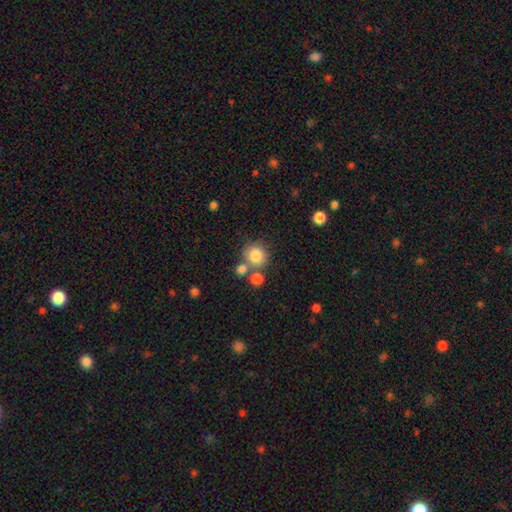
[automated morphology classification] Q: Smooth or featured?
A: smooth (81%); runner-up: star or artifact (11%)
Q: How rounded?
A: round (87%); runner-up: in between (12%)
Q: Merging?
A: none (64%); runner-up: merger (22%)